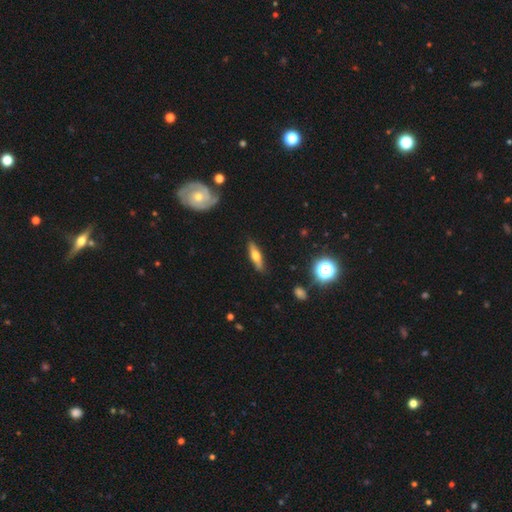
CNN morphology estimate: This appears to be a smooth galaxy with no disk features (47%). Merging: none (86%).